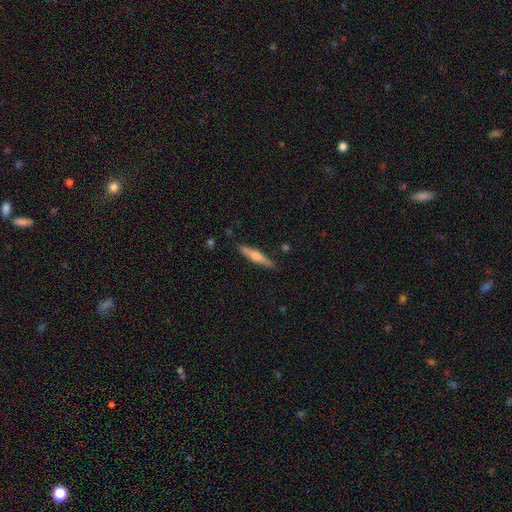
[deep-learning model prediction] A featured or disk galaxy (61%) viewed edge-on (97%) with a rounded central bulge (87%).

Vote fractions:
- Smooth or featured? featured or disk: 61% / smooth: 33% / star or artifact: 6%
- Edge-on disk? yes: 97% / no: 3%
- Edge-on bulge? rounded: 87% / boxy: 6% / none: 6%
- Merging? none: 89% / minor disturbance: 8% / major disturbance: 2% / merger: 1%